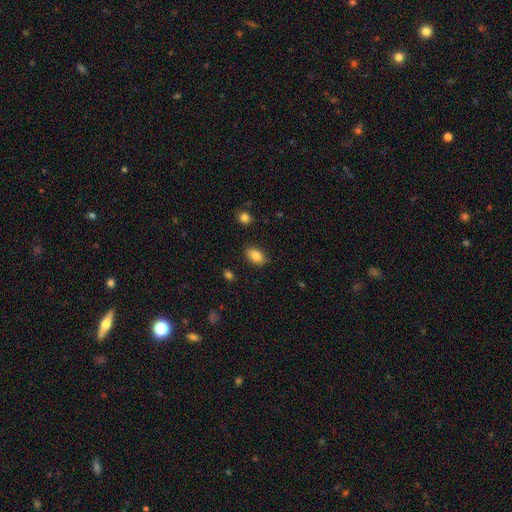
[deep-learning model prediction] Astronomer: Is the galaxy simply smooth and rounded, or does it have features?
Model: smooth — 85%.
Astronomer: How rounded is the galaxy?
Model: in between — 89%.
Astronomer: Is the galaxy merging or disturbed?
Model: none — 86%.